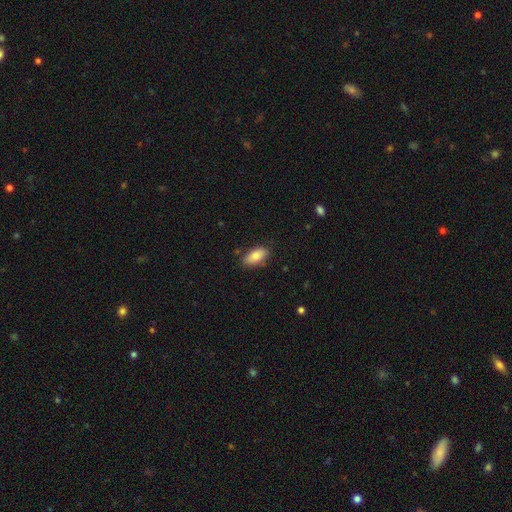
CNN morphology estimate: This is clearly a smooth galaxy (82%). How rounded: clearly in between (89%). Merging: clearly none (81%).